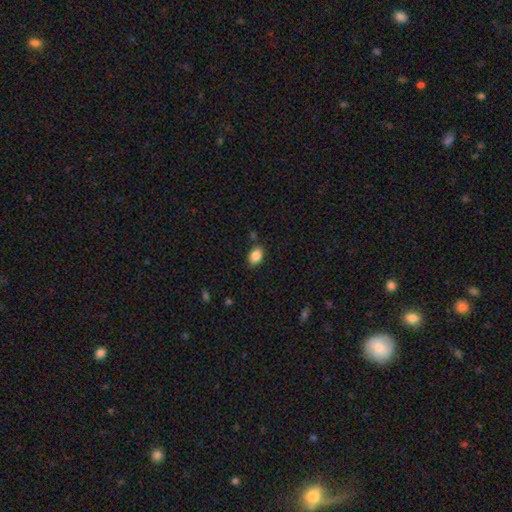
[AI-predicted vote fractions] Q: Smooth or featured?
A: smooth (87%); runner-up: star or artifact (8%)
Q: How rounded?
A: in between (82%); runner-up: round (16%)
Q: Merging?
A: none (81%); runner-up: minor disturbance (13%)